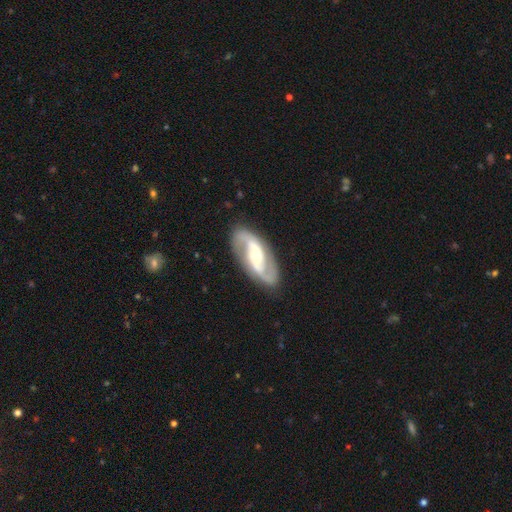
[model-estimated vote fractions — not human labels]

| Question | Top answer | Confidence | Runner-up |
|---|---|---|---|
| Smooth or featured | featured or disk | 88% | smooth (8%) |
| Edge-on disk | no | 96% | yes (4%) |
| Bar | weak | 37% | strong (34%) |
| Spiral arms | yes | 95% | no (5%) |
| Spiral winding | medium | 48% | loose (32%) |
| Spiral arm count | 2 | 93% | can't tell (3%) |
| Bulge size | moderate | 55% | small (38%) |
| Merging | none | 86% | minor disturbance (10%) |